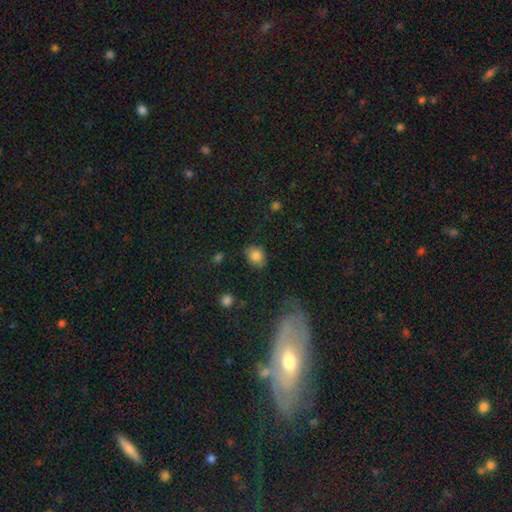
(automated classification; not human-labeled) A smooth galaxy with no disk features (84%) that is in between round and cigar-shaped (51%). Merging: none (76%).